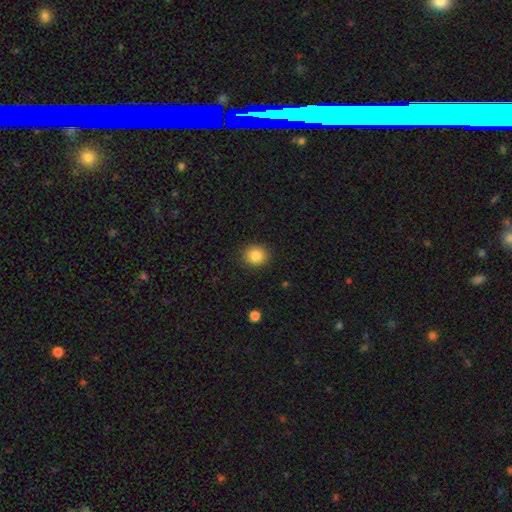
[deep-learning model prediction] This appears to be a smooth galaxy with no disk features (85%) that is round (83%). Merging: none (90%).